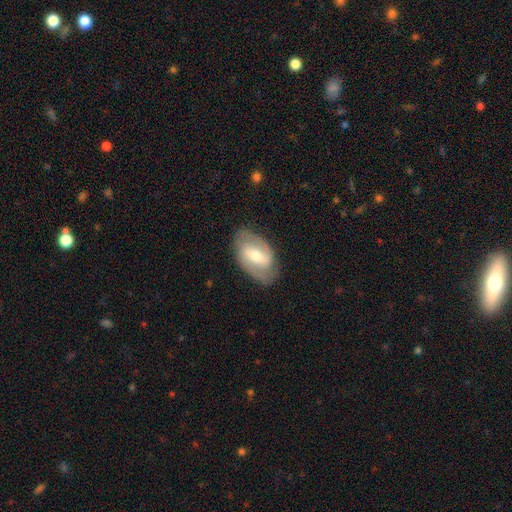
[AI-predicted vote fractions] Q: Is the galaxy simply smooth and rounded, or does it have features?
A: featured or disk — 71%.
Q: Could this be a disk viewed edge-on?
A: no — 95%.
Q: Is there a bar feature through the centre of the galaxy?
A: weak — 43%.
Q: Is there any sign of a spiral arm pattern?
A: yes — 81%.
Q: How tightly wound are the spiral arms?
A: medium — 46%.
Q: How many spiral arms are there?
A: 2 — 83%.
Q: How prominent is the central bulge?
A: moderate — 59%.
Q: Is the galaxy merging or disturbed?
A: none — 80%.